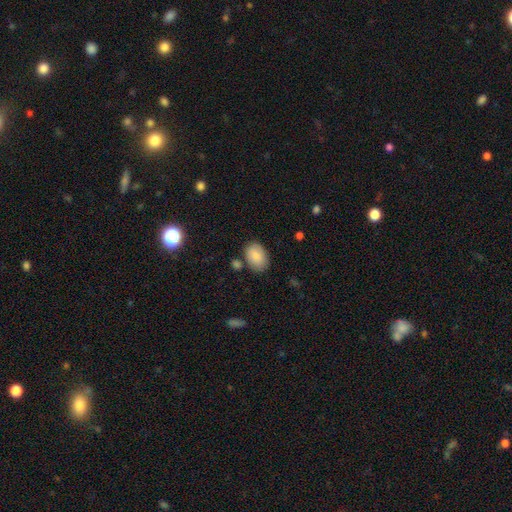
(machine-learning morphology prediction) A smooth galaxy with no disk features (85%) that is in between round and cigar-shaped (86%). Merging: none (76%).